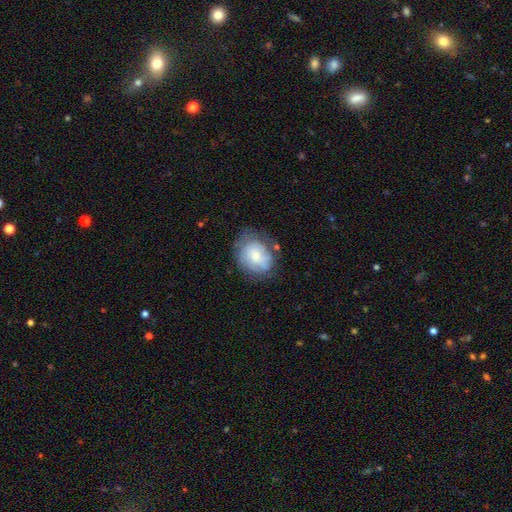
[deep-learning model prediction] Smooth or featured? Predicted: smooth (p=0.58). How rounded? Predicted: round (p=0.53). Merging? Predicted: none (p=0.55).